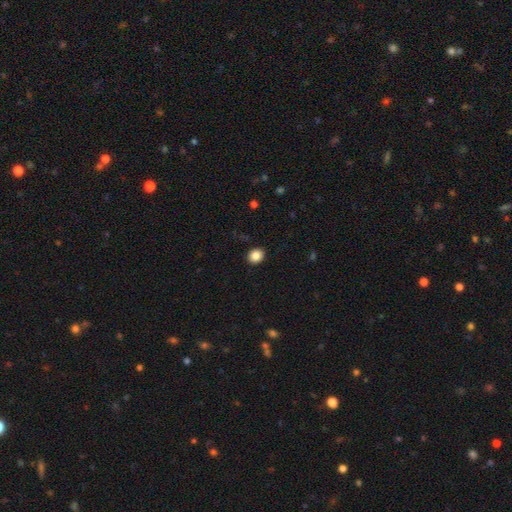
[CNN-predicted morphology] Smooth or featured? Predicted: smooth (p=0.87). How rounded? Predicted: round (p=0.62). Merging? Predicted: none (p=0.90).